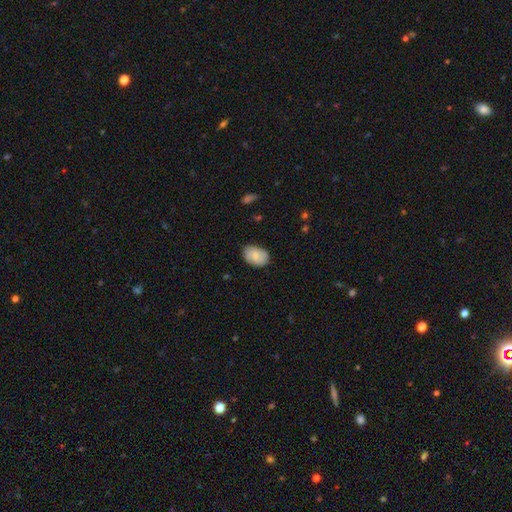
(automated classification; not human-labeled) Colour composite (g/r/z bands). It shows a smooth galaxy with no disk features (81%) that is in between round and cigar-shaped (85%). Merging: none (79%).